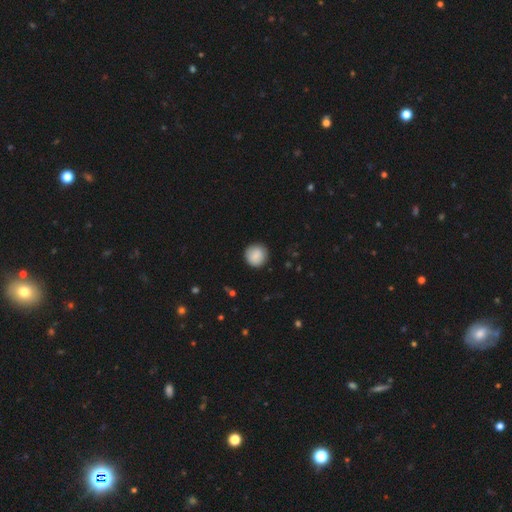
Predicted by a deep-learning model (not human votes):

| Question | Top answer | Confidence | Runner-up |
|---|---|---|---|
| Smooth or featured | smooth | 88% | star or artifact (7%) |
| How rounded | round | 94% | in between (5%) |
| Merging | none | 89% | minor disturbance (8%) |